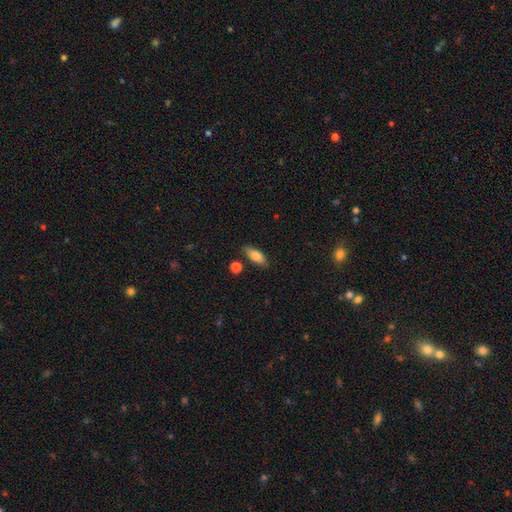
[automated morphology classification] A smooth galaxy with no disk features (79%) that is in between round and cigar-shaped (76%).

Vote fractions:
- Smooth or featured? smooth: 79% / featured or disk: 14% / star or artifact: 7%
- How rounded? in between: 76% / cigar-shaped: 20% / round: 3%
- Merging? none: 80% / minor disturbance: 13% / merger: 4% / major disturbance: 3%